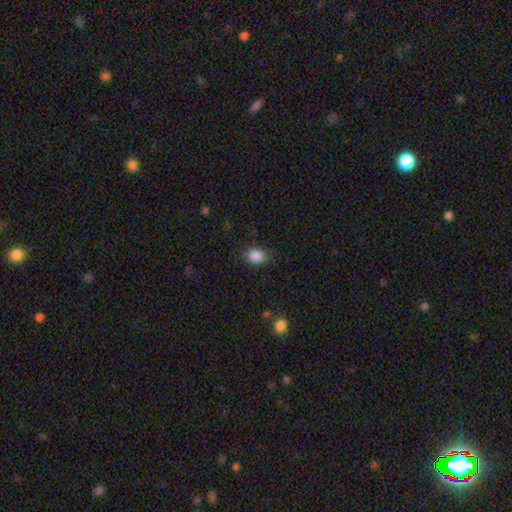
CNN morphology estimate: Overall: smooth (87%). How rounded: round (61%; in between 38%). Merging: none (81%).